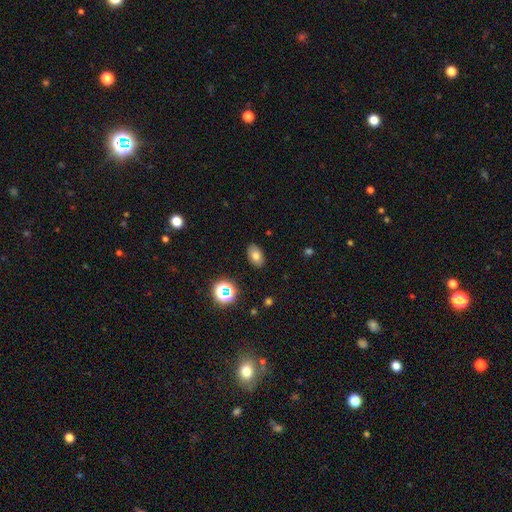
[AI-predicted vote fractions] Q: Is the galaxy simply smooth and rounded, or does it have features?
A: smooth — 72%.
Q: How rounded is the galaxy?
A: in between — 88%.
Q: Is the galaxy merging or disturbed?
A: none — 87%.